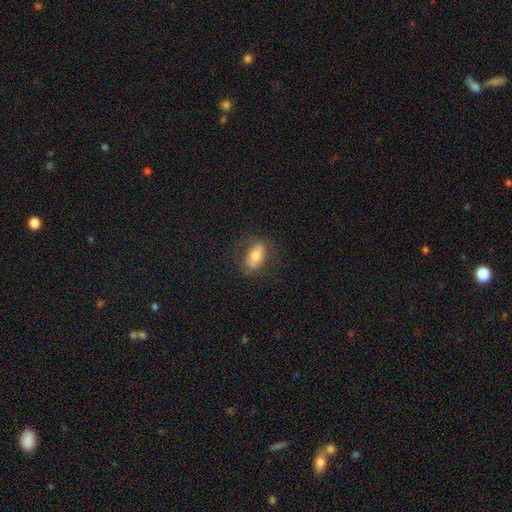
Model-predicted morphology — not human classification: smooth_or_featured: smooth (p=0.67) [alt: featured or disk p=0.24]
how_rounded: in between (p=0.87) [alt: round p=0.08]
merging: none (p=0.78) [alt: minor disturbance p=0.15]